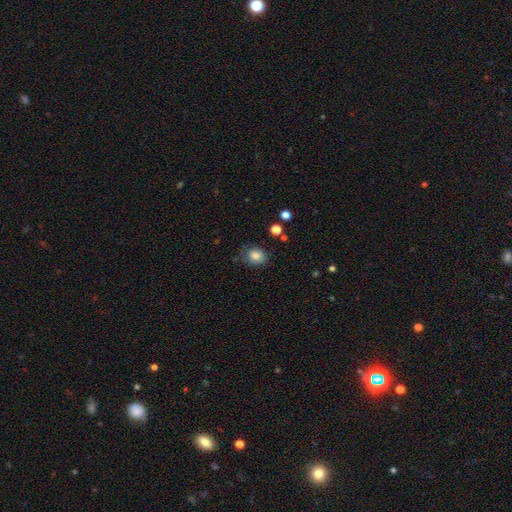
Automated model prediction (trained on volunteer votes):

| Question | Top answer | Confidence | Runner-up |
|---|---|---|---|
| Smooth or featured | smooth | 82% | star or artifact (10%) |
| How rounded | round | 57% | in between (42%) |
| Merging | none | 67% | minor disturbance (23%) |